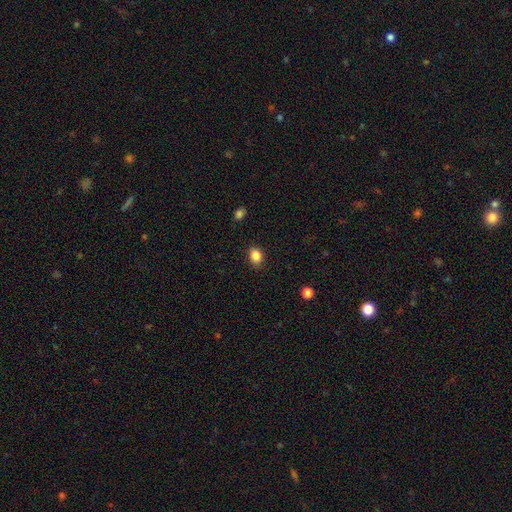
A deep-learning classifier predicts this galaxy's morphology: Smooth or featured? smooth (87%)
How rounded? in between (56%)
Merging? none (88%)